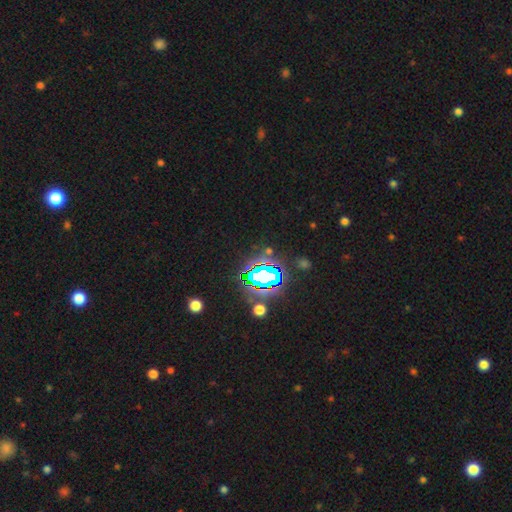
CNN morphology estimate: smooth_or_featured: star or artifact (p=0.83) [alt: smooth p=0.10]